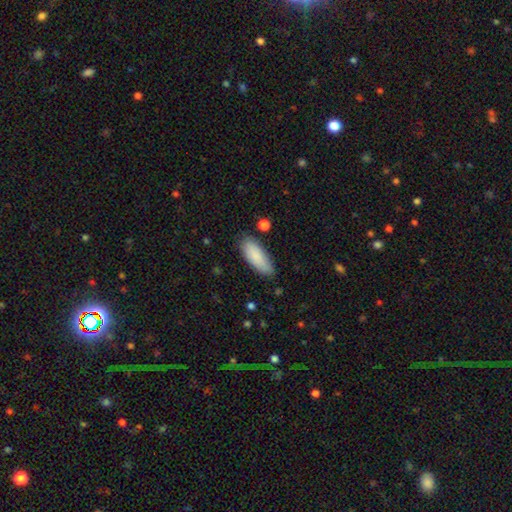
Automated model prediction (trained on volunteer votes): This appears to be a smooth galaxy with no disk features (86%) that is in between round and cigar-shaped (76%). Merging: none (81%).